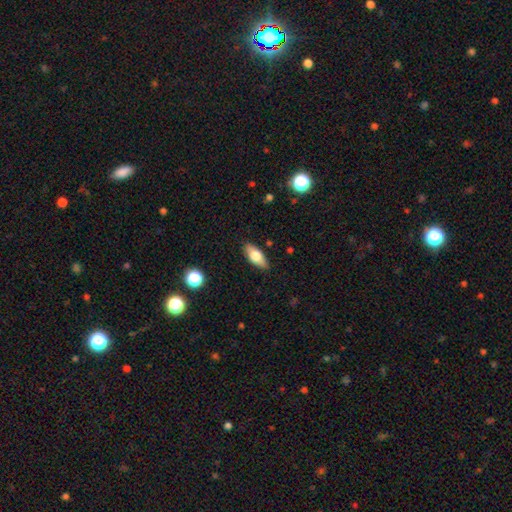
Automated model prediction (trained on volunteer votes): A smooth galaxy with no disk features (70%) that is in between round and cigar-shaped (82%). Merging: none (86%).